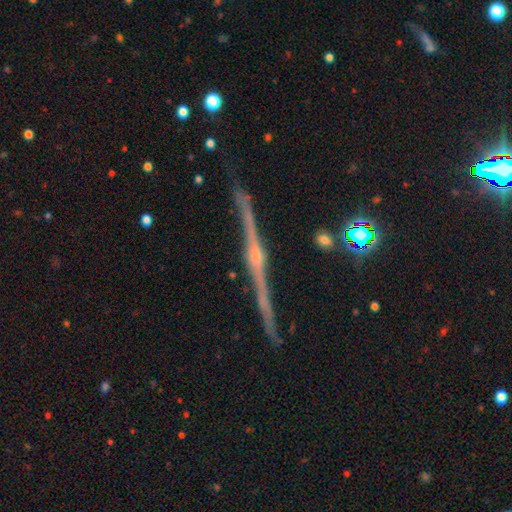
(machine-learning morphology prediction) smooth-or-featured: featured or disk: 88% | star or artifact: 7% | smooth: 5%
  disk-edge-on: yes: 98% | no: 2%
    edge-on-bulge: rounded: 82% | none: 10% | boxy: 8%
  merging: none: 89% | minor disturbance: 7% | major disturbance: 2% | merger: 2%